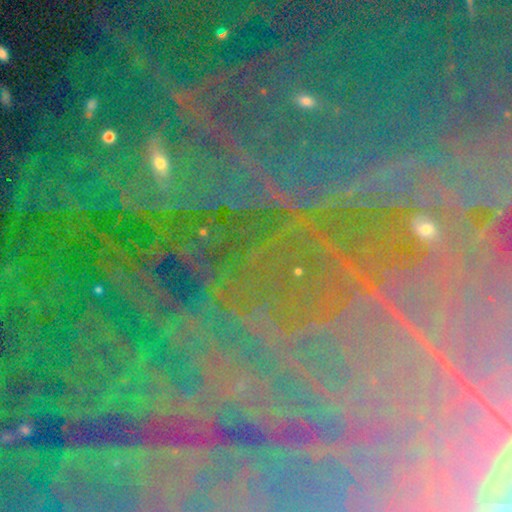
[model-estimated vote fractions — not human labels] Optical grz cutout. It shows a star or artifact, not a galaxy (87%).